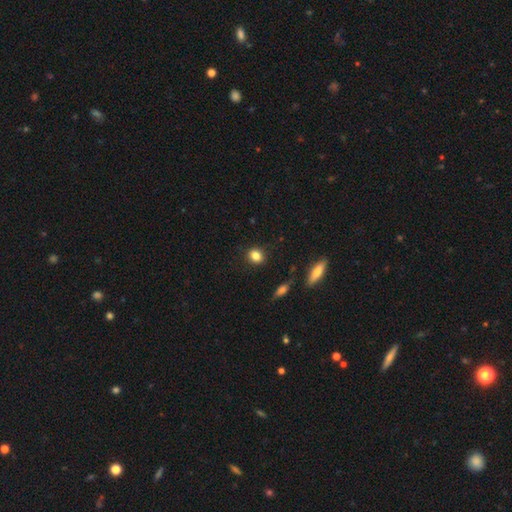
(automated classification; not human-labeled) Q: Smooth or featured?
A: smooth (84%); runner-up: star or artifact (10%)
Q: How rounded?
A: round (61%); runner-up: in between (37%)
Q: Merging?
A: none (88%); runner-up: minor disturbance (8%)